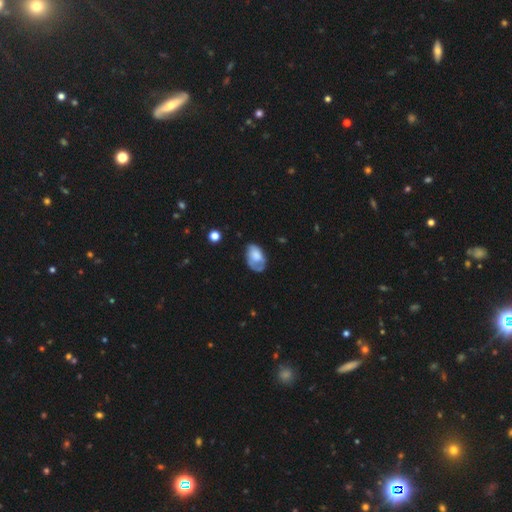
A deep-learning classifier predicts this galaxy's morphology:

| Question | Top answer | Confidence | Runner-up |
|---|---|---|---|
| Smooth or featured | smooth | 61% | featured or disk (32%) |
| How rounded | in between | 89% | round (9%) |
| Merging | none | 47% | minor disturbance (33%) |